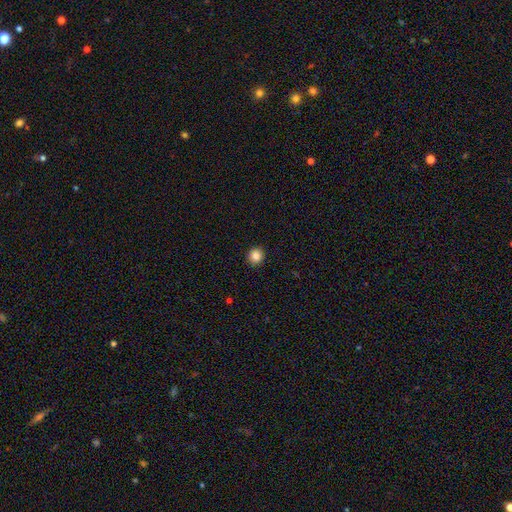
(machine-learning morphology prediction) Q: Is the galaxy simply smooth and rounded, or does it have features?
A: smooth — 85%.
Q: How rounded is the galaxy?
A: round — 93%.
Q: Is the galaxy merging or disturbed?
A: none — 93%.